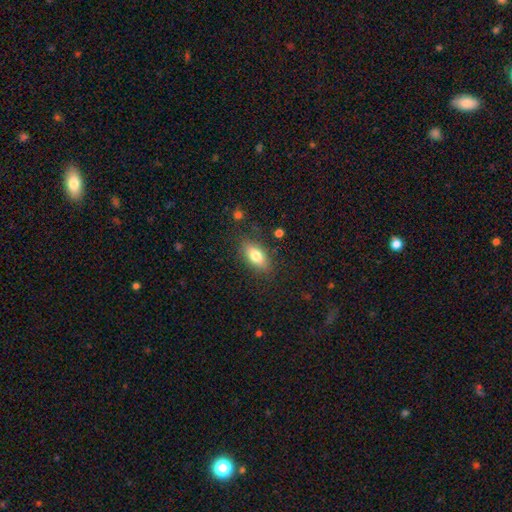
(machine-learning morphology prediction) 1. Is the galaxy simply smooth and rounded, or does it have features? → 76% smooth, 16% featured or disk, 8% star or artifact.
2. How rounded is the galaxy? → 84% in between, 10% cigar-shaped, 5% round.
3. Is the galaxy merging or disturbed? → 82% none, 13% minor disturbance, 3% major disturbance, 2% merger.